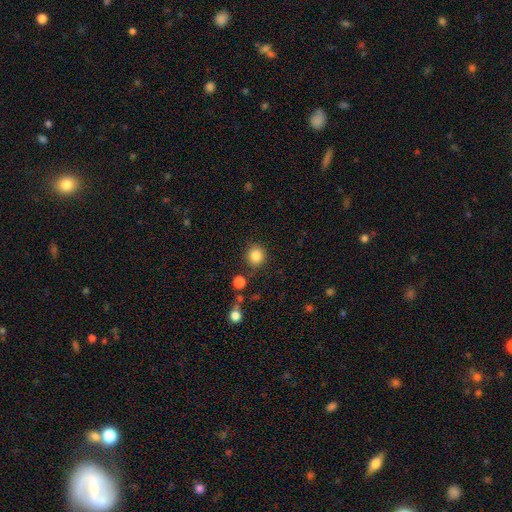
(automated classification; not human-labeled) This is clearly a smooth galaxy (85%). How rounded: clearly round (91%). Merging: clearly none (84%).